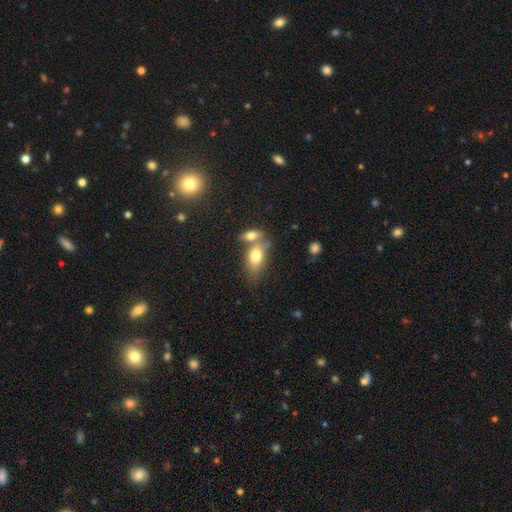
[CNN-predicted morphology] Smooth or featured? smooth (76%)
How rounded? in between (86%)
Merging? merger (46%)